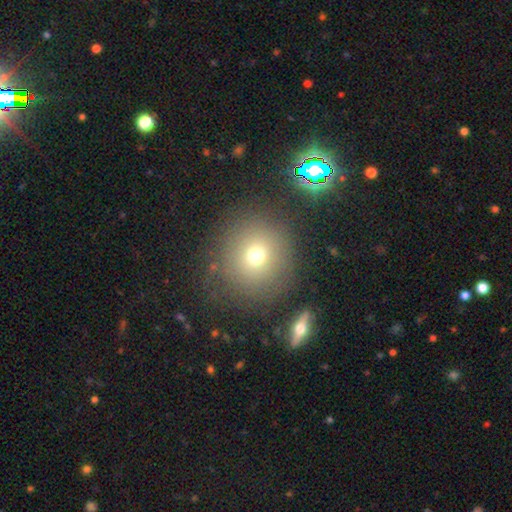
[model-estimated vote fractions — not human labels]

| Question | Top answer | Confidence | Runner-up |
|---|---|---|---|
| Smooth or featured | smooth | 70% | star or artifact (16%) |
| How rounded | round | 91% | in between (8%) |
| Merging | none | 80% | minor disturbance (10%) |